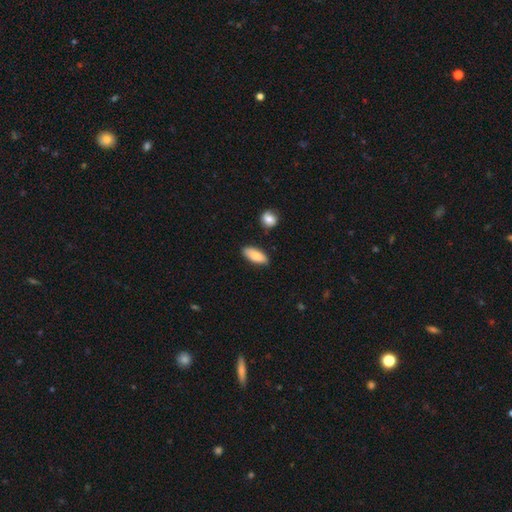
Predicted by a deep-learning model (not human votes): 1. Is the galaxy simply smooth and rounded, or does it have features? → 83% smooth, 11% featured or disk, 6% star or artifact.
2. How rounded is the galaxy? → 82% in between, 15% cigar-shaped, 3% round.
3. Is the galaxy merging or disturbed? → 84% none, 11% minor disturbance, 3% merger, 2% major disturbance.